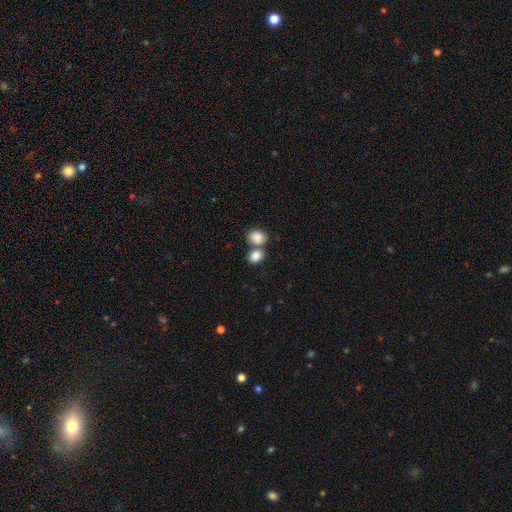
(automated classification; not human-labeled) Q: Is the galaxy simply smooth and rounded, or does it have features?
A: smooth — 85%.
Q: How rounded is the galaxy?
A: round — 50%.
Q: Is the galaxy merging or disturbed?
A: merger — 46%.